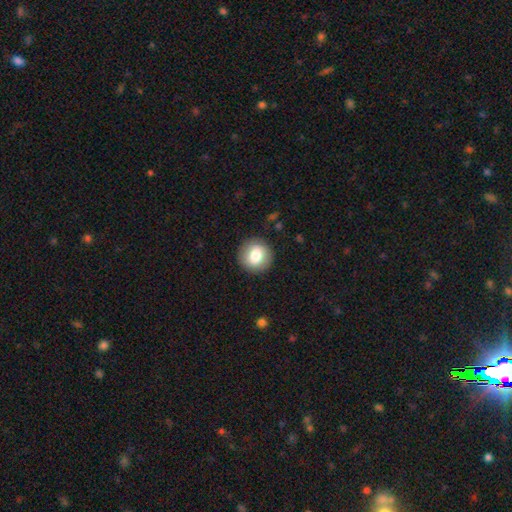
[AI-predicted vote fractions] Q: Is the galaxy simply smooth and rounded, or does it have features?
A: smooth — 77%.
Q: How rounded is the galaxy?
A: round — 92%.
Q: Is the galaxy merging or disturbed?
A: none — 90%.